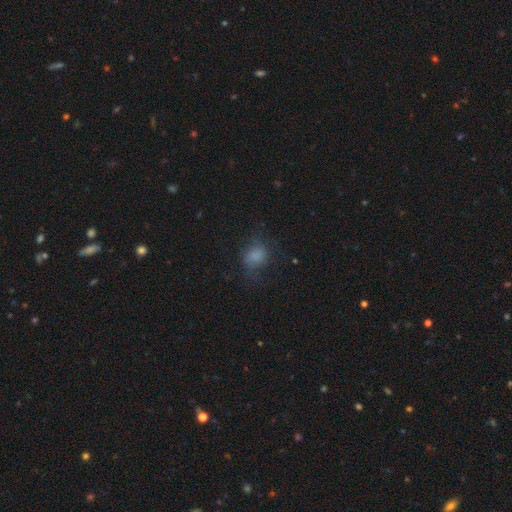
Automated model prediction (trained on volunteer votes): This appears to be a smooth galaxy with no disk features (74%) that is in between round and cigar-shaped (51%). Merging: none (53%).